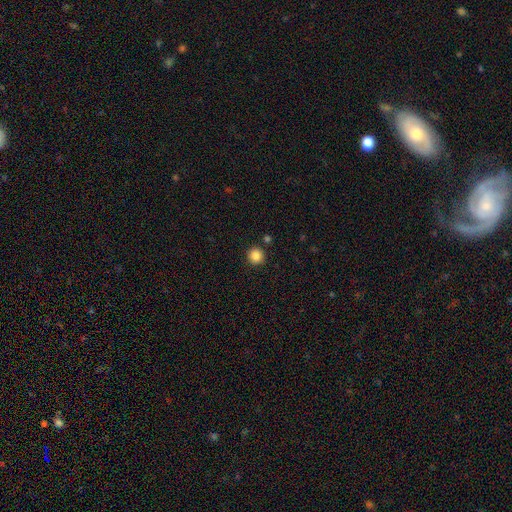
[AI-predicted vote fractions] A smooth galaxy with no disk features (86%) that is round (95%).

Vote fractions:
- Smooth or featured? smooth: 86% / star or artifact: 10% / featured or disk: 3%
- How rounded? round: 95% / in between: 5% / cigar-shaped: 1%
- Merging? none: 89% / minor disturbance: 6% / merger: 3% / major disturbance: 2%